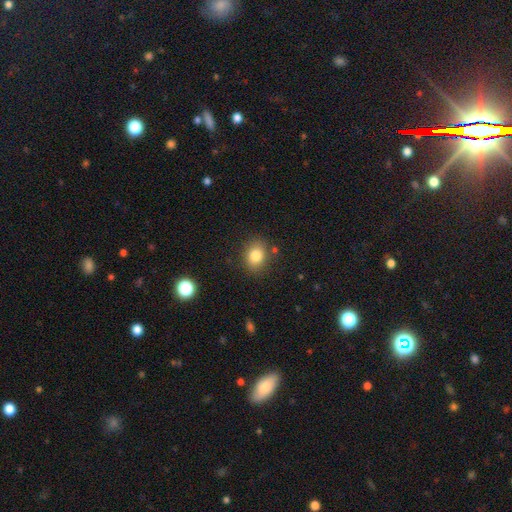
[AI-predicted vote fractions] smooth_or_featured: smooth (p=0.82) [alt: star or artifact p=0.10]
how_rounded: in between (p=0.52) [alt: round p=0.47]
merging: none (p=0.81) [alt: minor disturbance p=0.12]